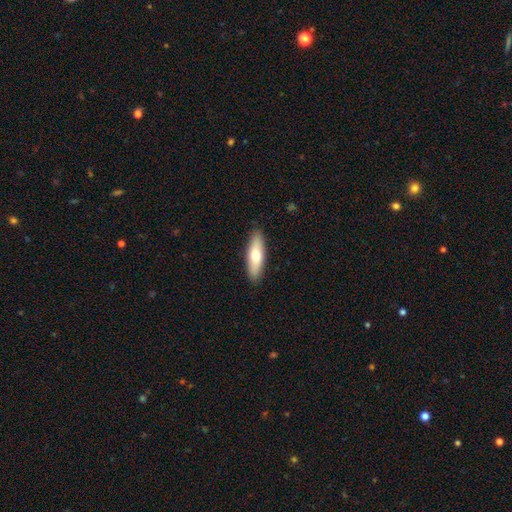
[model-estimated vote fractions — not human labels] Smooth or featured? smooth (67%)
How rounded? cigar-shaped (53%)
Merging? none (89%)